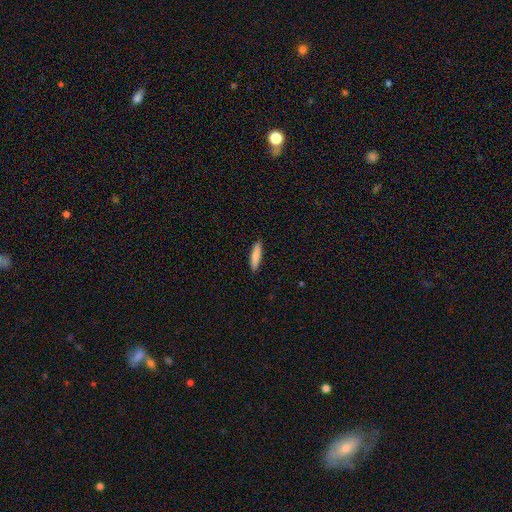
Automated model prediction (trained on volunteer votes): Smooth or featured: smooth — 82% (featured or disk — 12%)
How rounded: cigar-shaped — 78% (in between — 20%)
Merging: none — 90% (minor disturbance — 7%)